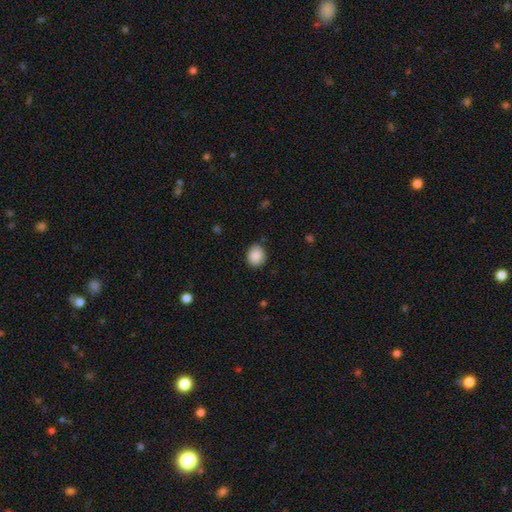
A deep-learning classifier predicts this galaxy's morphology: smooth_or_featured: smooth (p=0.88) [alt: star or artifact p=0.07]
how_rounded: round (p=0.72) [alt: in between p=0.28]
merging: none (p=0.82) [alt: minor disturbance p=0.14]